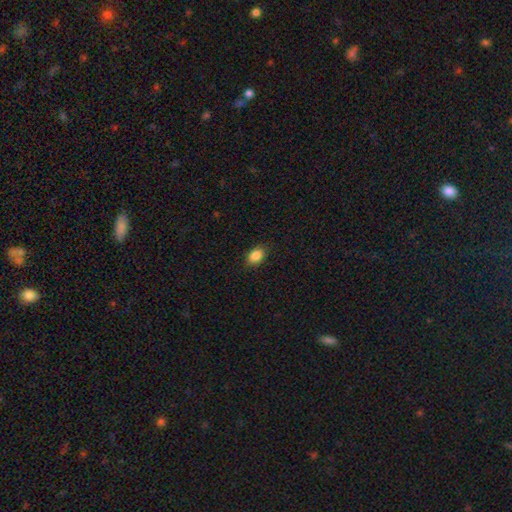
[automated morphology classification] This is clearly a smooth galaxy (87%). How rounded: likely in between (79%). Merging: clearly none (87%).